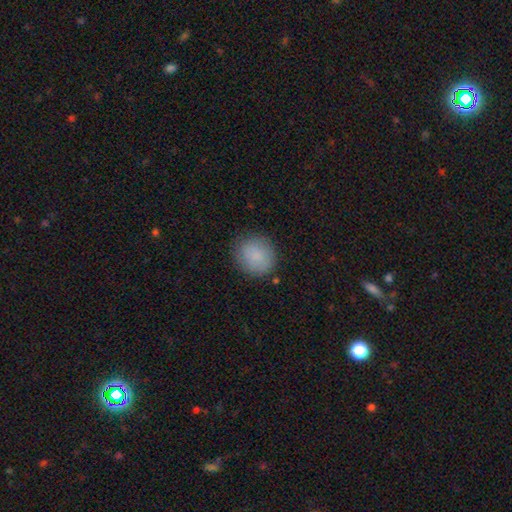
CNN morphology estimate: Smooth or featured?
  - smooth: 86% *
  - star or artifact: 8%
  - featured or disk: 6%
How rounded?
  - round: 82% *
  - in between: 17%
  - cigar-shaped: 1%
Merging?
  - none: 85% *
  - minor disturbance: 11%
  - major disturbance: 3%
  - merger: 1%